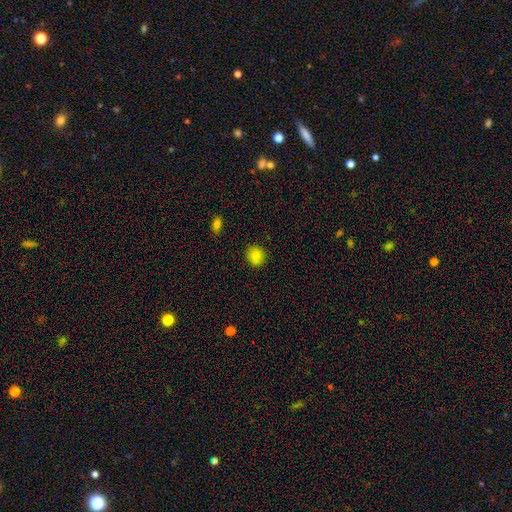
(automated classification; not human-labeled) Morphology: type=smooth (82%); roundness=round (82%); merging=none (88%).